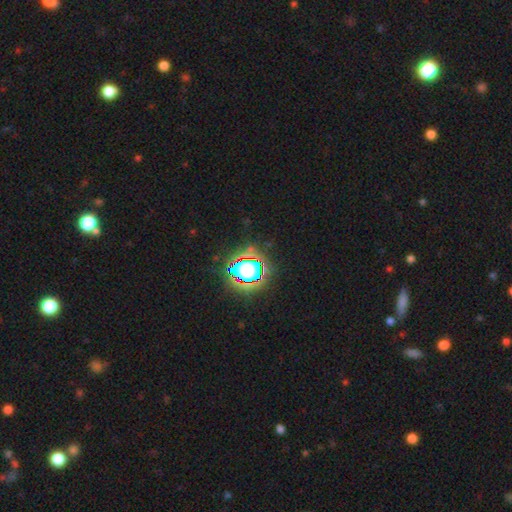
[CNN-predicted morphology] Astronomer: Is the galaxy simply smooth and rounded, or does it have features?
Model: star or artifact — 80%.